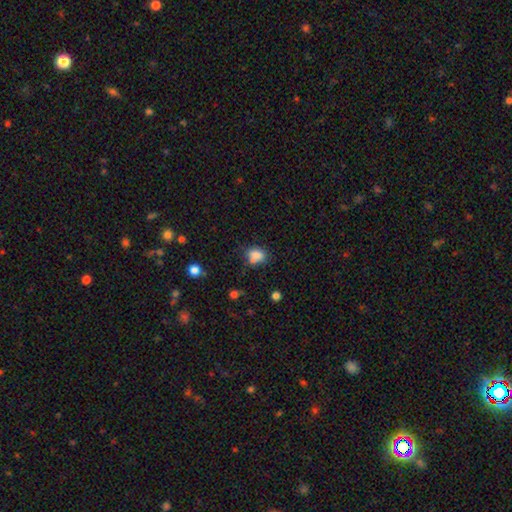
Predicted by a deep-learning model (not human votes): smooth_or_featured: smooth (p=0.79) [alt: star or artifact p=0.12]
how_rounded: in between (p=0.62) [alt: round p=0.36]
merging: none (p=0.54) [alt: merger p=0.21]